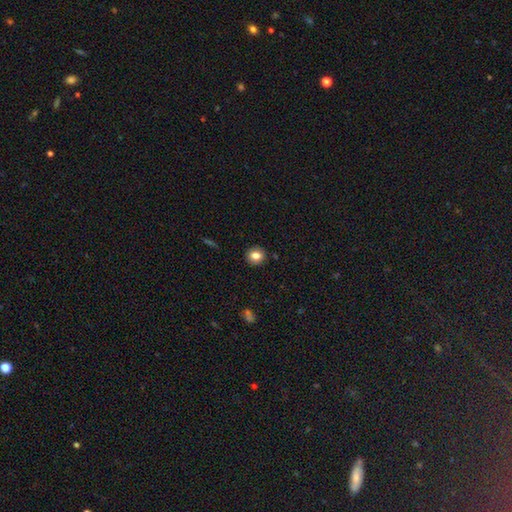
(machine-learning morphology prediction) smooth-or-featured: smooth: 82% | star or artifact: 10% | featured or disk: 8%
  how-rounded: round: 81% | in between: 18% | cigar-shaped: 1%
  merging: none: 91% | minor disturbance: 6% | major disturbance: 2% | merger: 1%